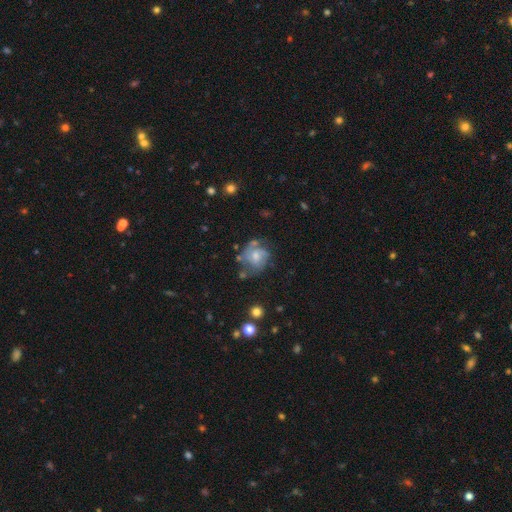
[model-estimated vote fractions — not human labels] Q: Smooth or featured?
A: featured or disk (65%); runner-up: smooth (27%)
Q: Edge-on disk?
A: no (97%); runner-up: yes (3%)
Q: Bar?
A: no (65%); runner-up: weak (30%)
Q: Spiral arms?
A: yes (83%); runner-up: no (17%)
Q: Spiral winding?
A: medium (43%); runner-up: tight (39%)
Q: Spiral arm count?
A: 2 (43%); runner-up: can't tell (28%)
Q: Bulge size?
A: moderate (53%); runner-up: small (34%)
Q: Merging?
A: none (51%); runner-up: minor disturbance (25%)